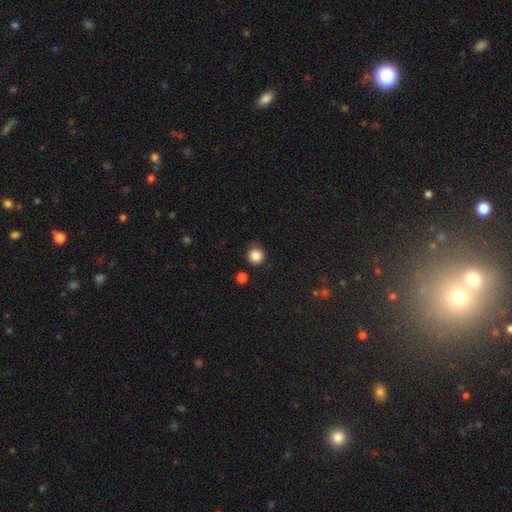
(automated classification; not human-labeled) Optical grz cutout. It shows a smooth galaxy with no disk features (85%) that is round (93%). Merging: none (75%).